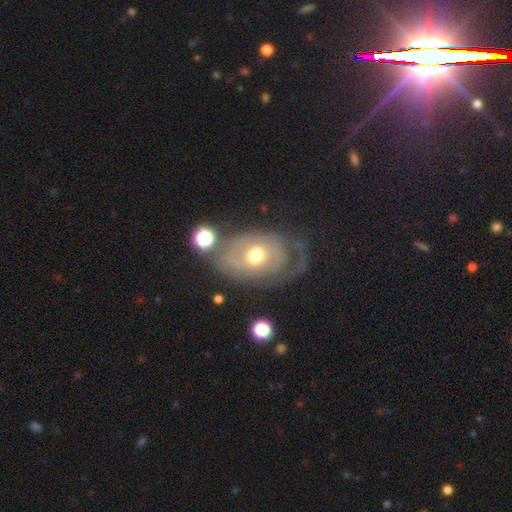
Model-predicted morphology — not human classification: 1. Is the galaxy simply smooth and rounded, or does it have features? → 66% featured or disk, 25% smooth, 8% star or artifact.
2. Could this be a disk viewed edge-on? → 94% no, 6% yes.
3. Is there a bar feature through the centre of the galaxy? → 71% no, 23% weak, 6% strong.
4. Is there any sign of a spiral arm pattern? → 60% yes, 40% no.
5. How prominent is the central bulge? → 71% moderate, 13% large, 13% small, 2% dominant, 1% none.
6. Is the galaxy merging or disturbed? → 53% none, 21% major disturbance, 20% minor disturbance, 6% merger.